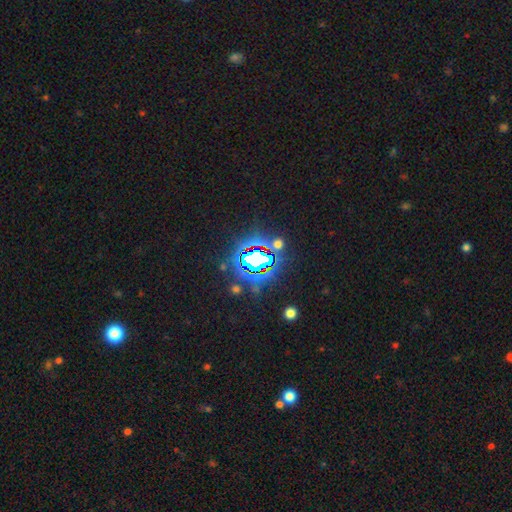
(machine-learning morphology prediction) Q: Smooth or featured?
A: star or artifact (75%); runner-up: smooth (14%)